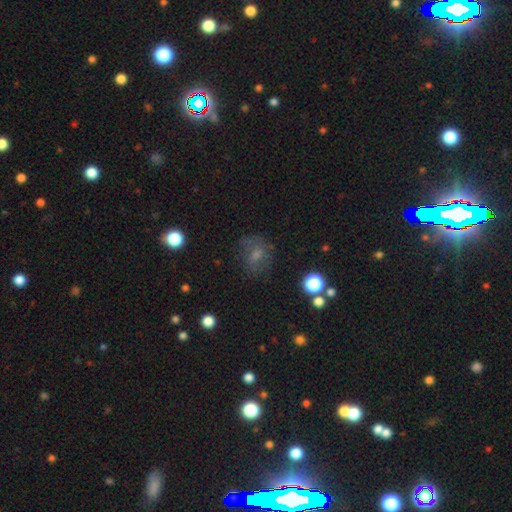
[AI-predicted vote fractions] Smooth or featured? smooth (61%)
How rounded? round (55%)
Merging? none (60%)